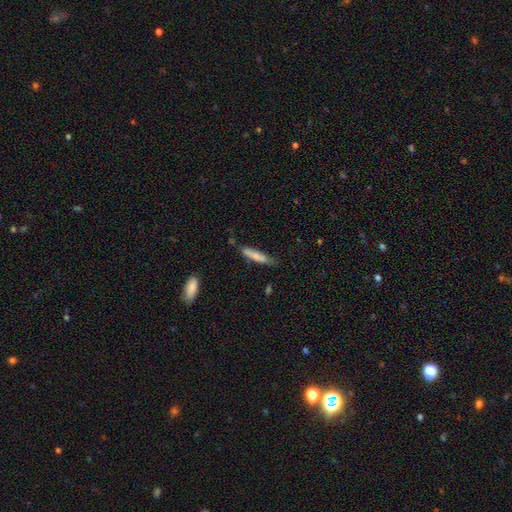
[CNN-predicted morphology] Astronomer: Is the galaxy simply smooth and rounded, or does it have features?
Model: smooth — 75%.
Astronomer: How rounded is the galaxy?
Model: cigar-shaped — 79%.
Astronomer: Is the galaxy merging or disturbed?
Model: none — 65%.